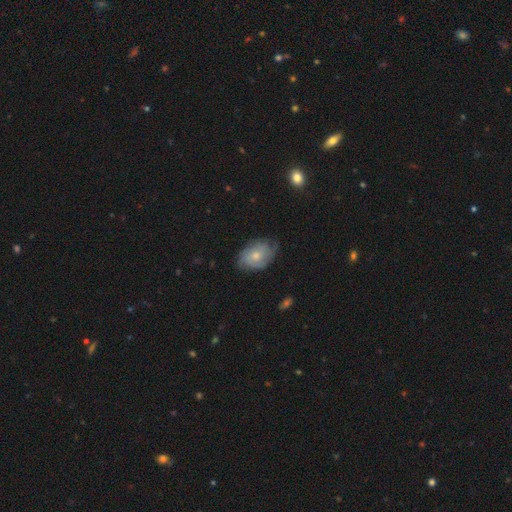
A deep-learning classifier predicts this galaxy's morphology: smooth_or_featured: featured or disk (p=0.54) [alt: smooth p=0.40]
disk_edge_on: no (p=0.96) [alt: yes p=0.04]
bar: no (p=0.79) [alt: weak p=0.19]
has_spiral_arms: yes (p=0.81) [alt: no p=0.19]
bulge_size: moderate (p=0.55) [alt: small p=0.38]
merging: none (p=0.65) [alt: minor disturbance p=0.27]